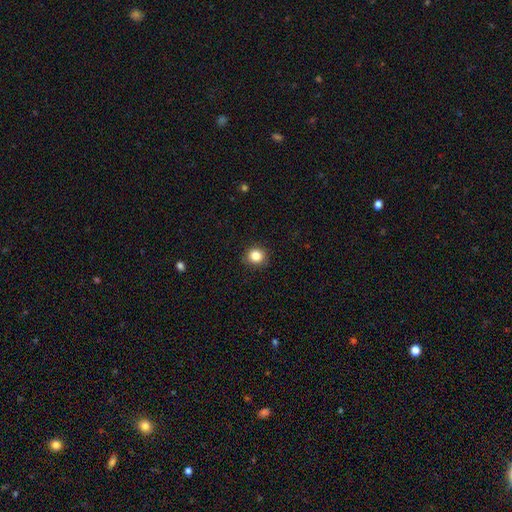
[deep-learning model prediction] smooth 85%, star or artifact 11%, featured or disk 5%. Down the decision tree: how rounded — round (88%); merging — none (88%).